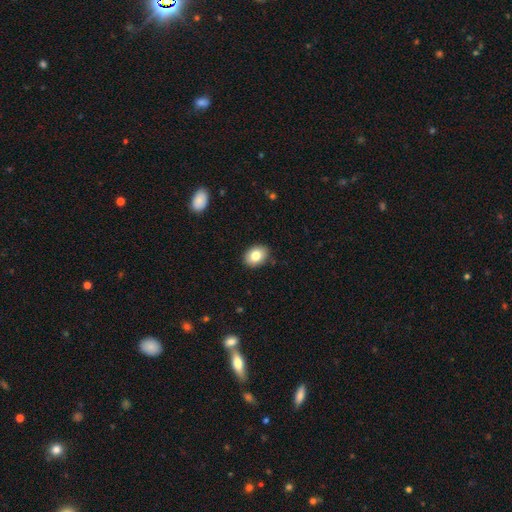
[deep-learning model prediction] Morphology: type=smooth (81%); roundness=in between (68%); merging=none (89%).